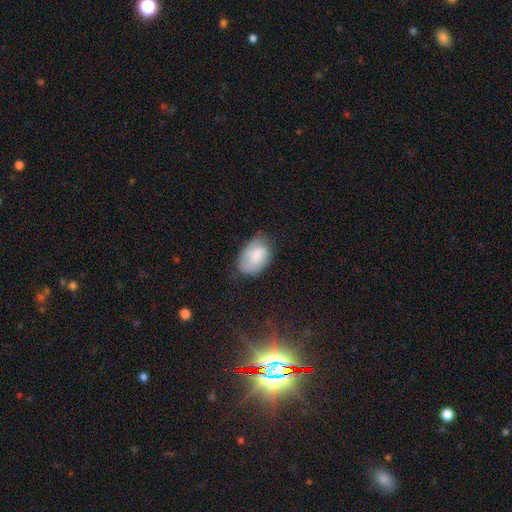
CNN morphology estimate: This is likely a smooth galaxy (73%). How rounded: clearly in between (88%). Merging: possibly none (58%).